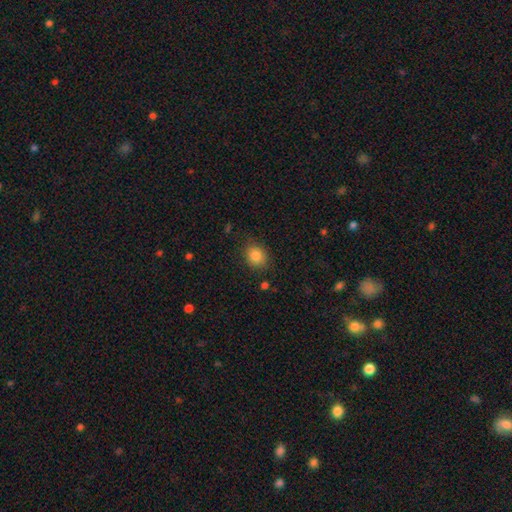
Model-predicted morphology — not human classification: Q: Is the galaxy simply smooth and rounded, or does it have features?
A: smooth — 84%.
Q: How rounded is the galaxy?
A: round — 64%.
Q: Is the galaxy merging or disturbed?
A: none — 85%.